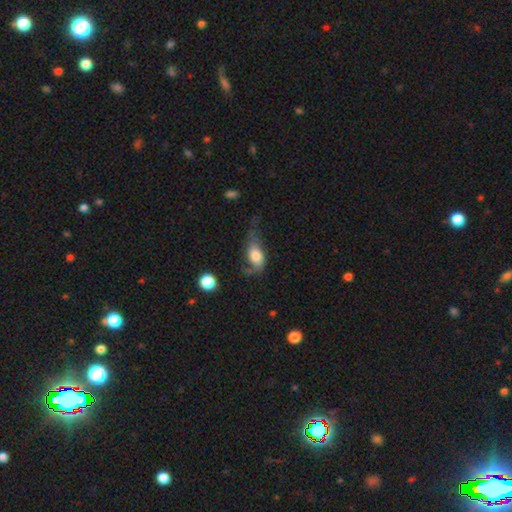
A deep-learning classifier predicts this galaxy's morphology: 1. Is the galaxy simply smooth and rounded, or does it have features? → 66% smooth, 26% featured or disk, 8% star or artifact.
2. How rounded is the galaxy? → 86% in between, 9% round, 6% cigar-shaped.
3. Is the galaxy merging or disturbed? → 33% major disturbance, 32% none, 30% minor disturbance, 5% merger.